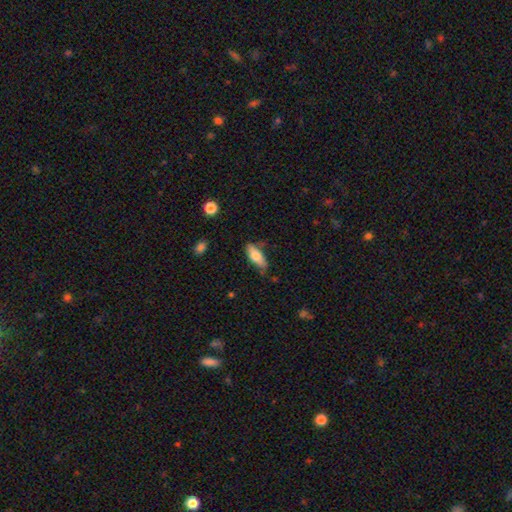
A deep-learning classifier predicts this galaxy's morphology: This appears to be a smooth galaxy with no disk features (72%) that is in between round and cigar-shaped (73%). Merging: none (63%).